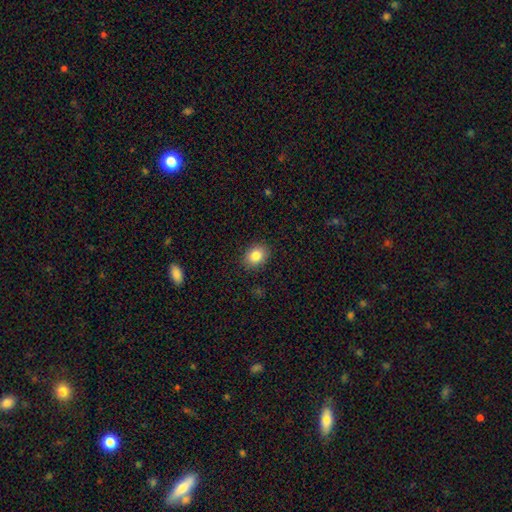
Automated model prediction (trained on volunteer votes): Overall: smooth (84%). How rounded: in between (54%; round 45%). Merging: none (88%).